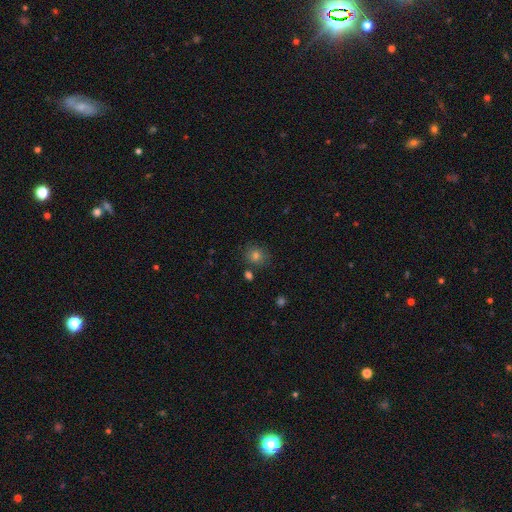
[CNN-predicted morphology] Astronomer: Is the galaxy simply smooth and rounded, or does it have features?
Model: smooth — 76%.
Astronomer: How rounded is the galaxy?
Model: round — 81%.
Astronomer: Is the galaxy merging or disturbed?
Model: none — 81%.